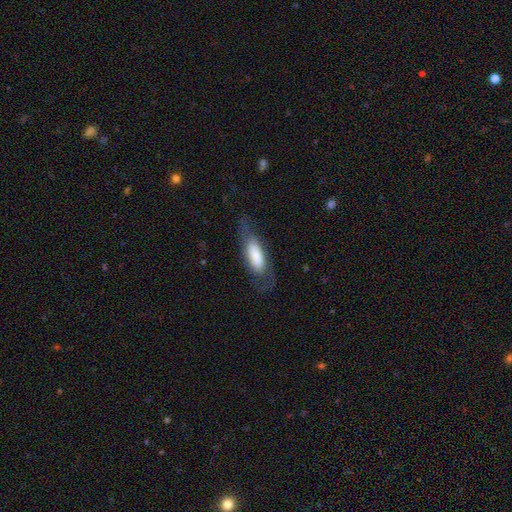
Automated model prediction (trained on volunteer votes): Smooth or featured? Predicted: smooth (p=0.58). How rounded? Predicted: in between (p=0.69). Merging? Predicted: none (p=0.65).